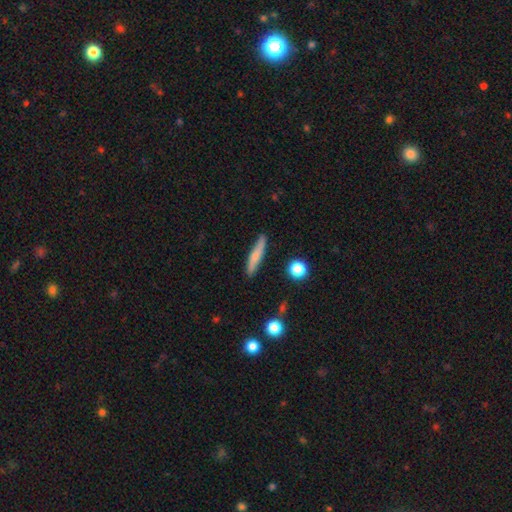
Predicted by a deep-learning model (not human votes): Q: Smooth or featured?
A: smooth (65%); runner-up: featured or disk (28%)
Q: How rounded?
A: cigar-shaped (88%); runner-up: in between (10%)
Q: Merging?
A: none (85%); runner-up: minor disturbance (12%)